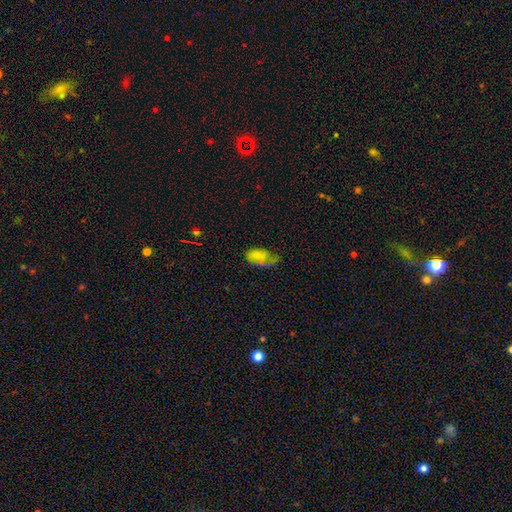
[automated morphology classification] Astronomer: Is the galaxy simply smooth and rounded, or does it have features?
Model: smooth — 53% (runner-up: featured or disk, 32%).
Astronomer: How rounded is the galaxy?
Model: in between — 90%.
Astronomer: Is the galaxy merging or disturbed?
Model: none — 37% (runner-up: major disturbance, 32%).